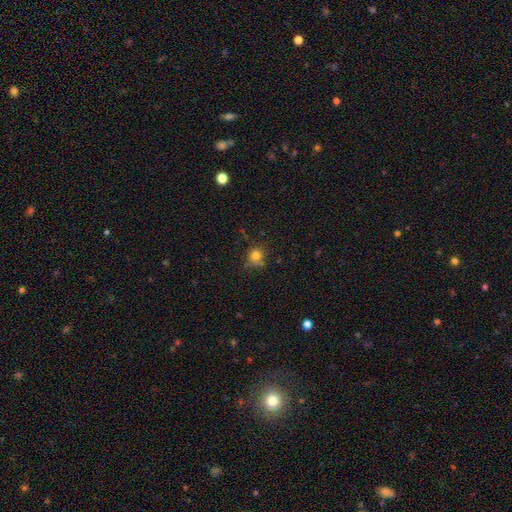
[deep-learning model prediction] Morphology: type=smooth (78%); roundness=round (84%); merging=none (69%).